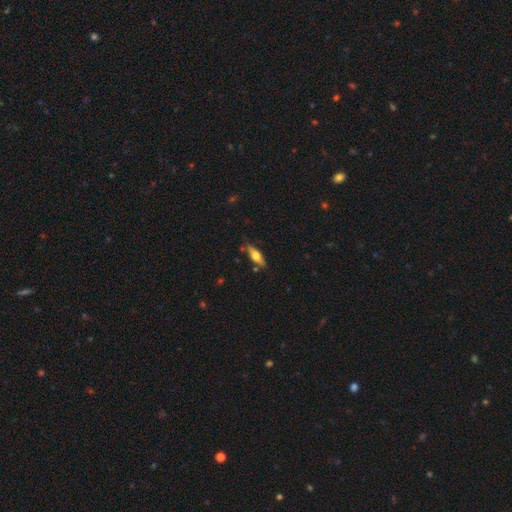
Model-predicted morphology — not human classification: Smooth or featured? featured or disk (48%)
Merging? none (79%)